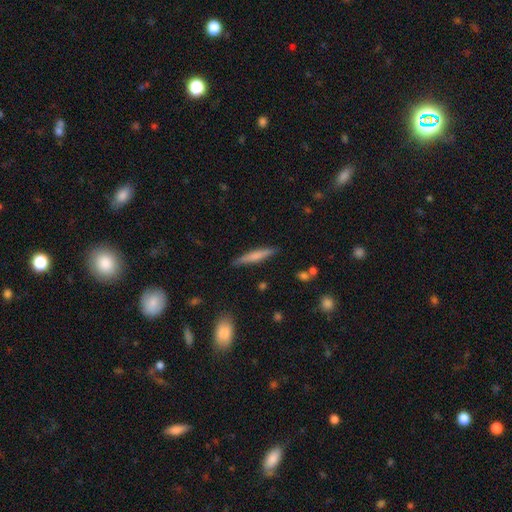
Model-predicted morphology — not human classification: A smooth galaxy with no disk features (61%) that is cigar-shaped (90%).

Vote fractions:
- Smooth or featured? smooth: 61% / featured or disk: 33% / star or artifact: 6%
- How rounded? cigar-shaped: 90% / in between: 8% / round: 2%
- Merging? none: 86% / minor disturbance: 10% / major disturbance: 2% / merger: 2%